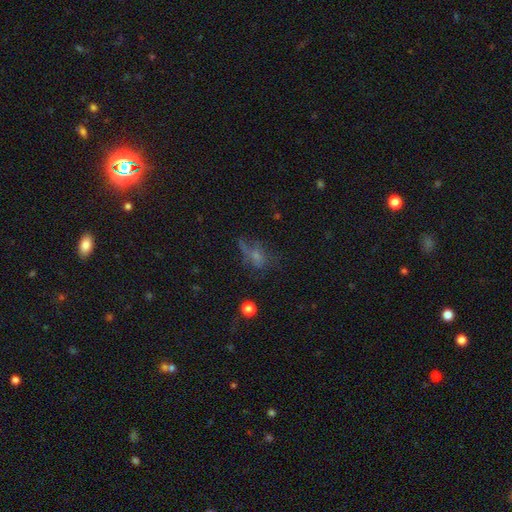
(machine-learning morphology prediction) smooth 44%, featured or disk 30%, star or artifact 26%. Down the decision tree: merging — none (39%).